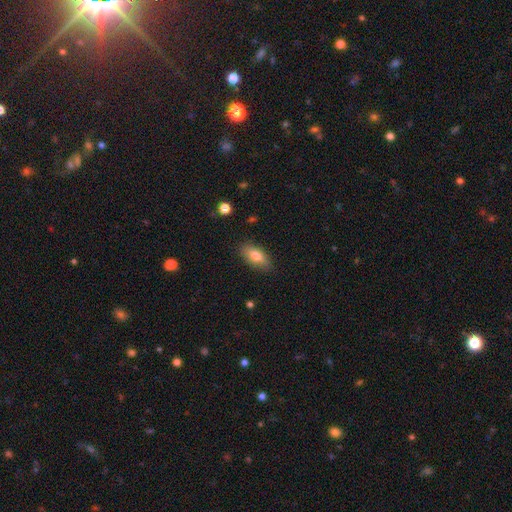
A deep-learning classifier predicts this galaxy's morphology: This is likely a smooth galaxy (76%). How rounded: clearly in between (82%). Merging: clearly none (81%).